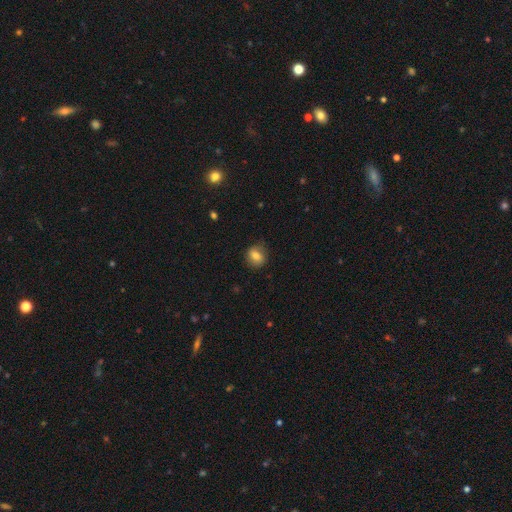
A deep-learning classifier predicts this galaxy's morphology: Q: Smooth or featured?
A: smooth (77%); runner-up: featured or disk (14%)
Q: How rounded?
A: round (68%); runner-up: in between (31%)
Q: Merging?
A: none (76%); runner-up: minor disturbance (18%)